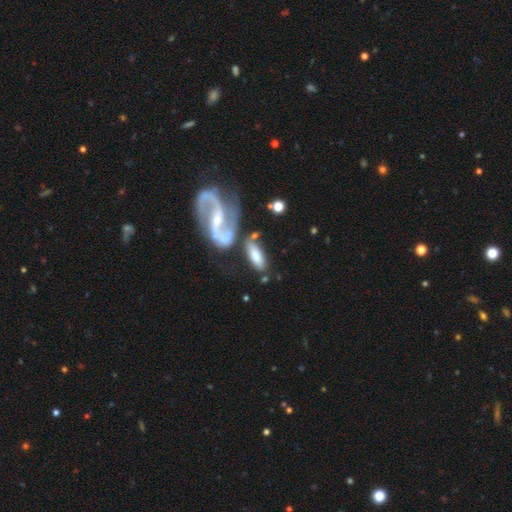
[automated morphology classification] Smooth or featured? smooth (58%)
How rounded? in between (76%)
Merging? none (54%)